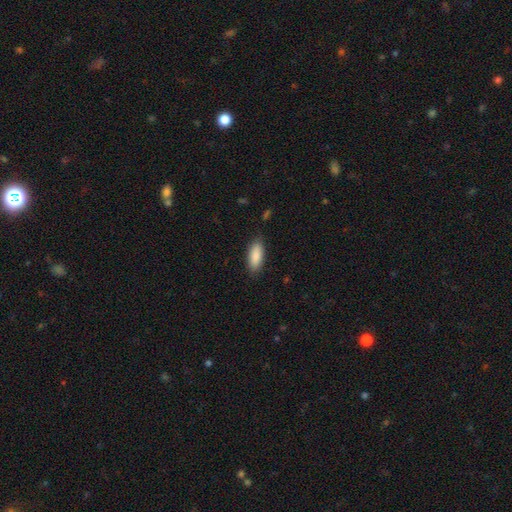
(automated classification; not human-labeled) Smooth or featured?
  - smooth: 89% *
  - star or artifact: 6%
  - featured or disk: 6%
How rounded?
  - in between: 78% *
  - cigar-shaped: 20%
  - round: 2%
Merging?
  - none: 84% *
  - minor disturbance: 12%
  - major disturbance: 3%
  - merger: 1%